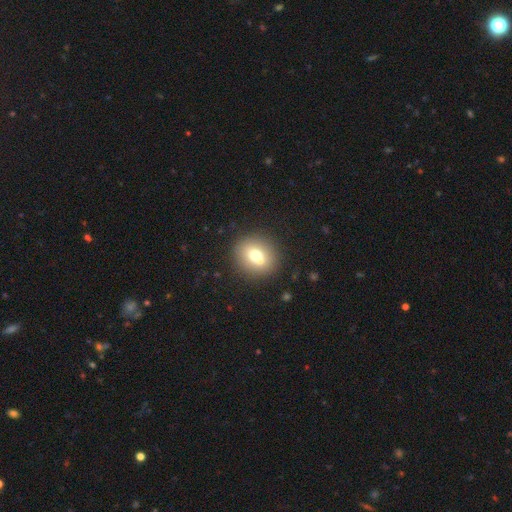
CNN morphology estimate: Smooth or featured: smooth — 67% (featured or disk — 21%)
How rounded: round — 77% (in between — 22%)
Merging: none — 71% (merger — 16%)